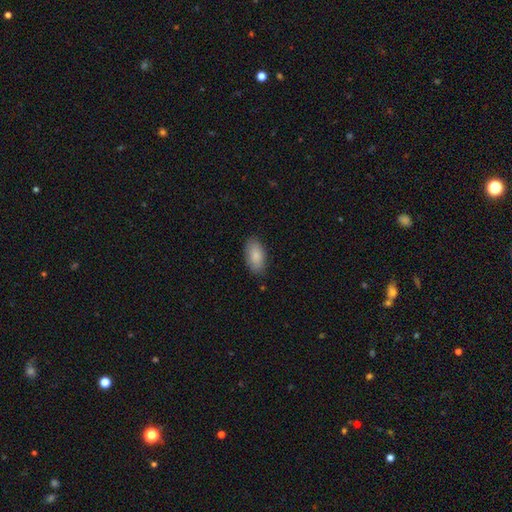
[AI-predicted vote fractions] Smooth or featured?
  - smooth: 87% *
  - featured or disk: 7%
  - star or artifact: 6%
How rounded?
  - in between: 94% *
  - cigar-shaped: 3%
  - round: 3%
Merging?
  - none: 85% *
  - minor disturbance: 11%
  - major disturbance: 3%
  - merger: 1%